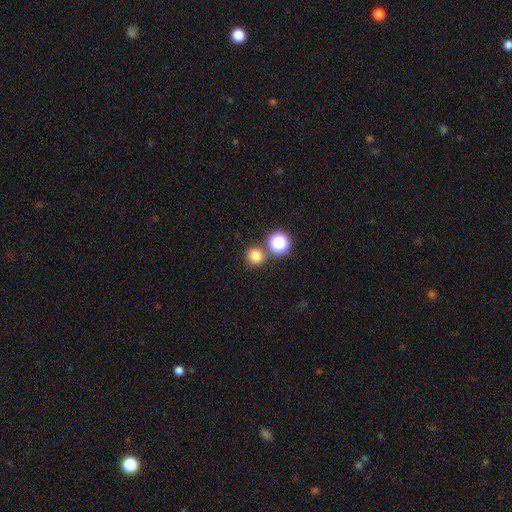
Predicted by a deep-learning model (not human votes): smooth_or_featured: smooth (p=0.78) [alt: star or artifact p=0.17]
how_rounded: round (p=0.91) [alt: in between p=0.08]
merging: none (p=0.79) [alt: merger p=0.11]